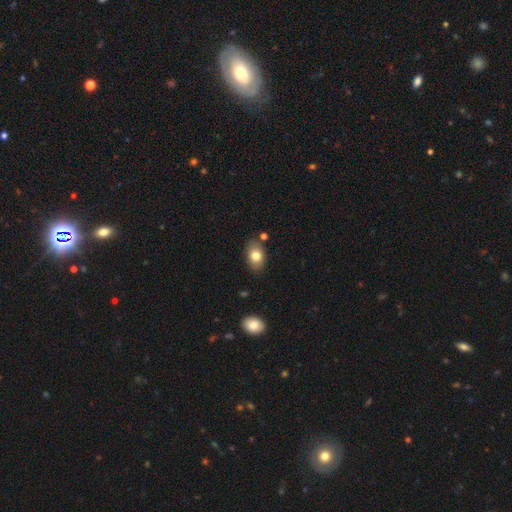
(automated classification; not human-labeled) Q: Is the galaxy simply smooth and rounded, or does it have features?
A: smooth — 79%.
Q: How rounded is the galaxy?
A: in between — 85%.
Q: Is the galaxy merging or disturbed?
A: none — 80%.